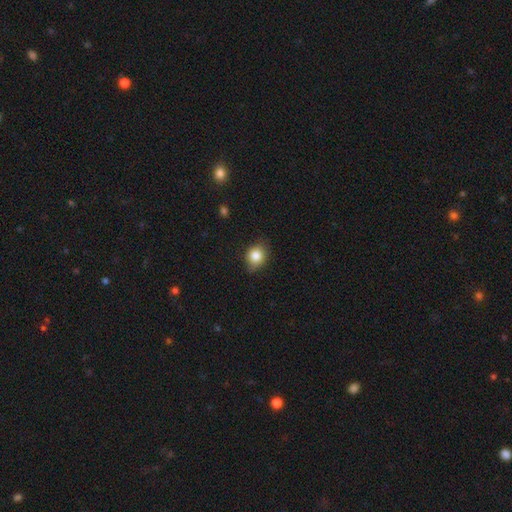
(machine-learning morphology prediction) Q: Smooth or featured?
A: smooth (82%); runner-up: star or artifact (10%)
Q: How rounded?
A: round (63%); runner-up: in between (36%)
Q: Merging?
A: none (76%); runner-up: minor disturbance (20%)